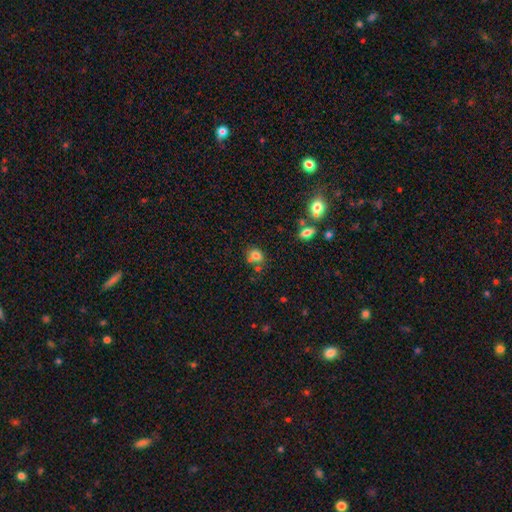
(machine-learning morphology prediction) Smooth or featured? Predicted: smooth (p=0.77). How rounded? Predicted: round (p=0.56). Merging? Predicted: none (p=0.58).